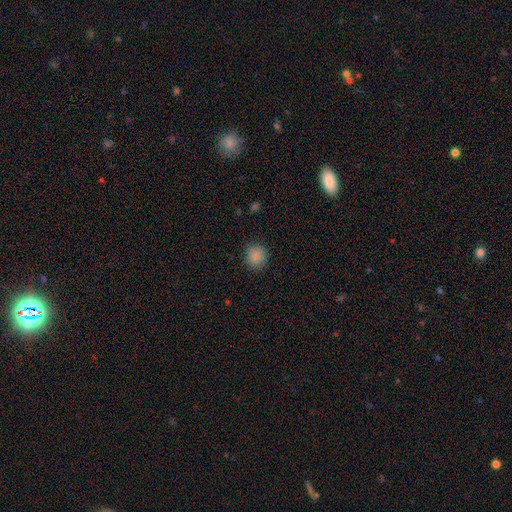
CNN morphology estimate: This is clearly a smooth galaxy (87%). How rounded: clearly round (86%). Merging: clearly none (87%).